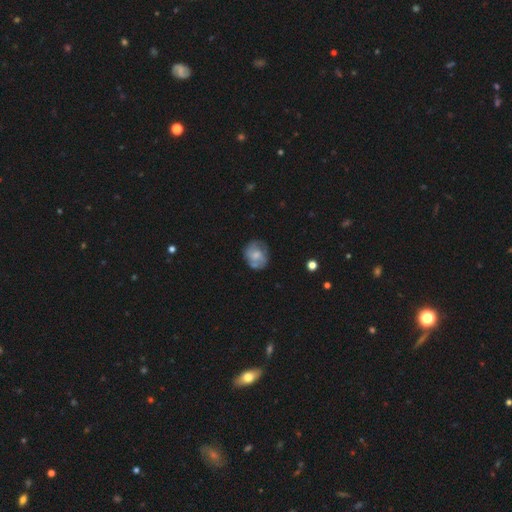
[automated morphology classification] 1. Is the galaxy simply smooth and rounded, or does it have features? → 49% smooth, 44% featured or disk, 8% star or artifact.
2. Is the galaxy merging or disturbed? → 63% none, 23% minor disturbance, 9% major disturbance, 5% merger.